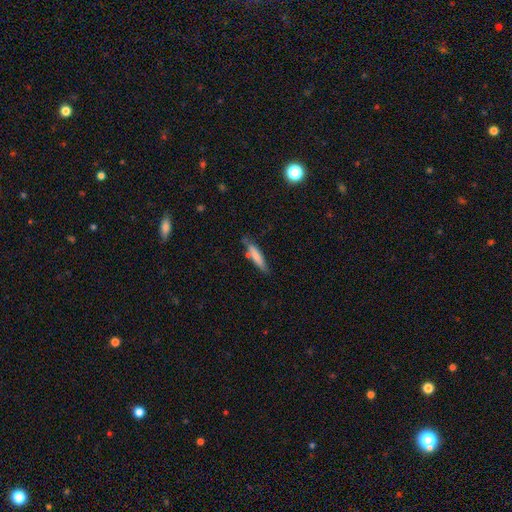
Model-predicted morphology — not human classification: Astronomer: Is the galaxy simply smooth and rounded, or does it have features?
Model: smooth — 73%.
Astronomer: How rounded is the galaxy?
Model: cigar-shaped — 84%.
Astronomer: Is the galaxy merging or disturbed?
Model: none — 70%.